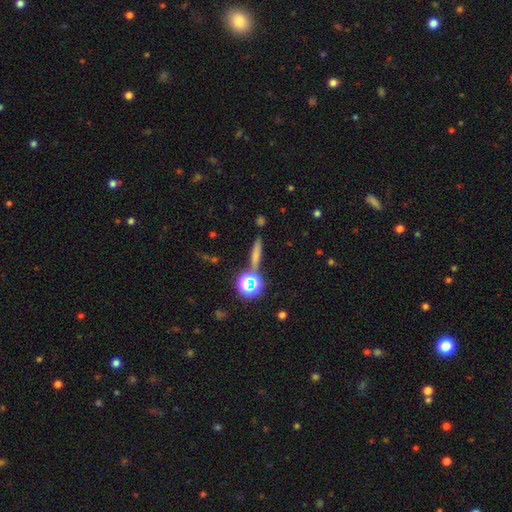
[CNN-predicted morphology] Overall: smooth (62%). How rounded: cigar-shaped (77%). Merging: none (78%).